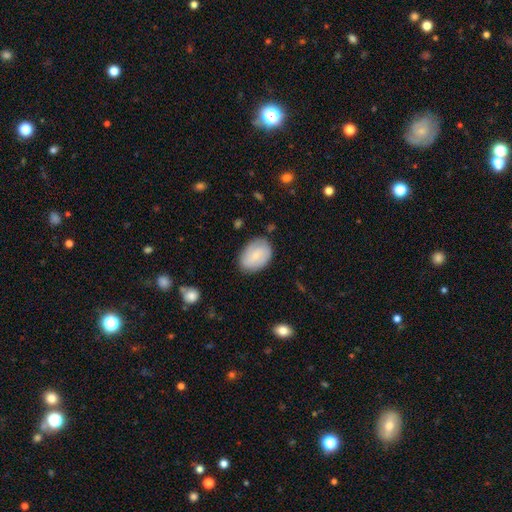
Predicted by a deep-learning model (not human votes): Smooth or featured: smooth — 70% (featured or disk — 24%)
How rounded: in between — 82% (round — 17%)
Merging: none — 79% (minor disturbance — 16%)